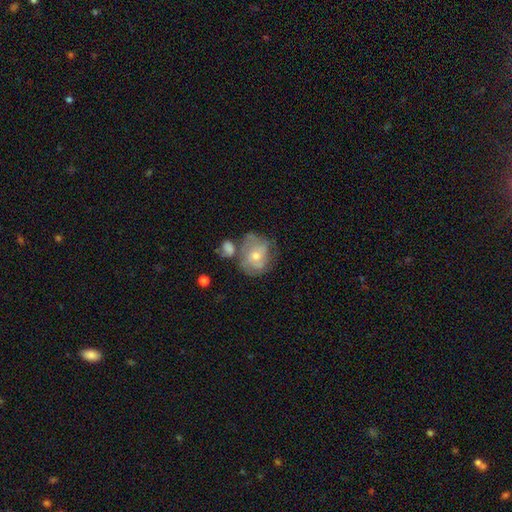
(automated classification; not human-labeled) Smooth or featured: featured or disk — 59% (smooth — 33%)
Edge-on disk: no — 97% (yes — 3%)
Bar: no — 73% (weak — 23%)
Spiral arms: yes — 73% (no — 27%)
Bulge size: moderate — 53% (small — 41%)
Merging: none — 42% (minor disturbance — 22%)